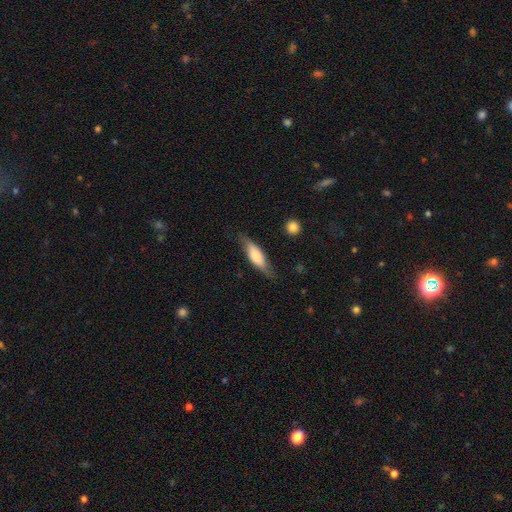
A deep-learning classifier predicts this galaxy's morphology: This appears to be a smooth galaxy with no disk features (64%) that is cigar-shaped (55%). Merging: none (76%).